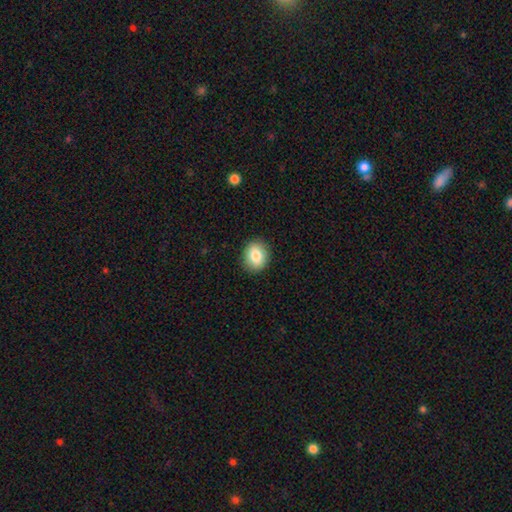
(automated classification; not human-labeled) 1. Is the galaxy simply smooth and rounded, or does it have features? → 82% smooth, 10% featured or disk, 8% star or artifact.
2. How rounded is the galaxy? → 57% round, 42% in between, 1% cigar-shaped.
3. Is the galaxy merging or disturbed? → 90% none, 7% minor disturbance, 2% major disturbance, 1% merger.